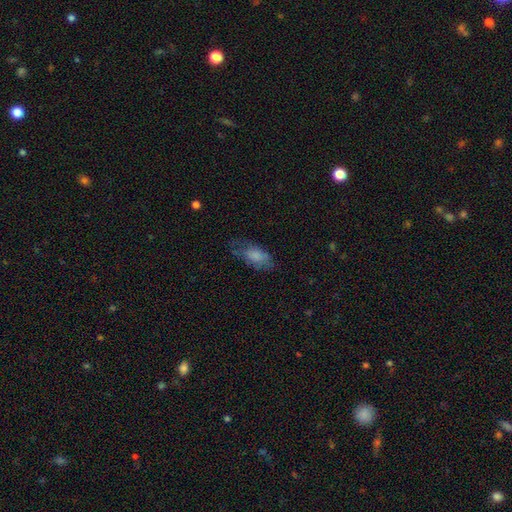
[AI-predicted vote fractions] A smooth galaxy with no disk features (73%) that is in between round and cigar-shaped (88%). Merging: none (54%).